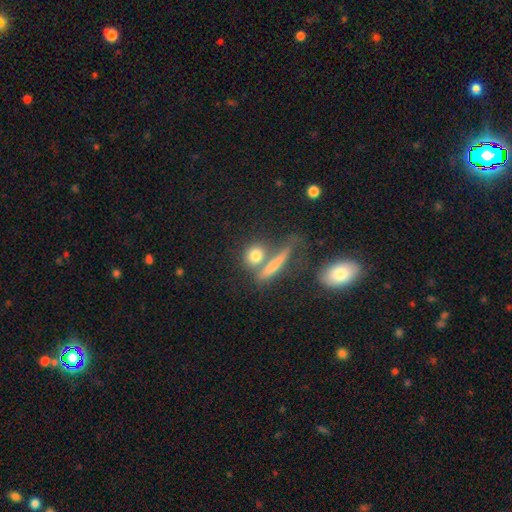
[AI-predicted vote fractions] Smooth or featured? smooth (75%)
How rounded? round (61%)
Merging? none (55%)